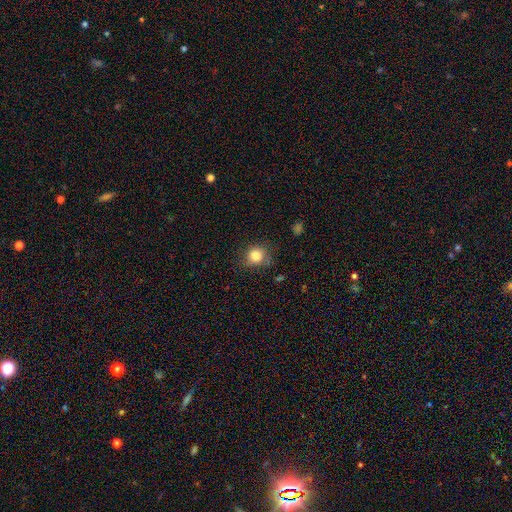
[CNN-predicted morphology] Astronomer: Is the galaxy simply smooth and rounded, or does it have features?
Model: smooth — 82%.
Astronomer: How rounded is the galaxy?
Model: round — 76%.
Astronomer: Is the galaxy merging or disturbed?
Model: none — 70%.